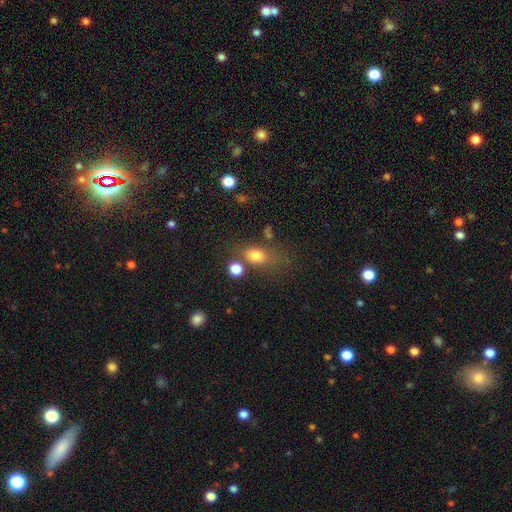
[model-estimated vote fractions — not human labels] Smooth or featured? smooth (77%)
How rounded? in between (67%)
Merging? none (55%)